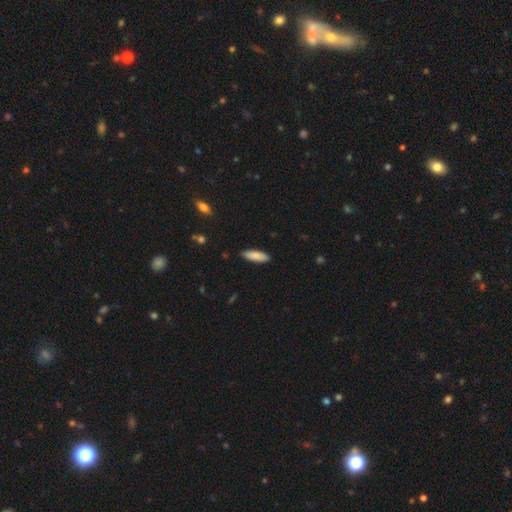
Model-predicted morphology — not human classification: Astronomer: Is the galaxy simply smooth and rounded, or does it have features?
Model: smooth — 86%.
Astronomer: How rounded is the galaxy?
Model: in between — 58% (runner-up: cigar-shaped, 41%).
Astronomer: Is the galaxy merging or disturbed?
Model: none — 87%.